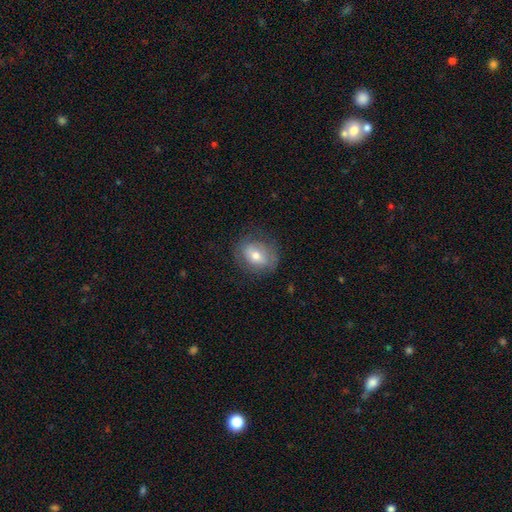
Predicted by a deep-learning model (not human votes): Smooth or featured? Predicted: smooth (p=0.55). How rounded? Predicted: in between (p=0.57). Merging? Predicted: none (p=0.73).